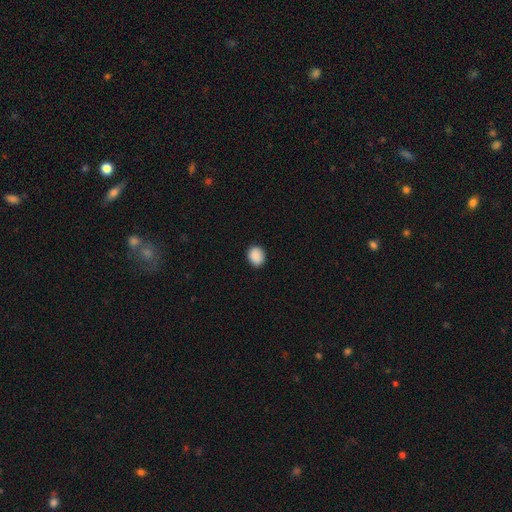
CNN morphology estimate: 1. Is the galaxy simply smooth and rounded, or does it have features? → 90% smooth, 8% star or artifact, 2% featured or disk.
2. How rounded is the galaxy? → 50% round, 49% in between, 1% cigar-shaped.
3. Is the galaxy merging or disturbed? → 89% none, 8% minor disturbance, 2% major disturbance, 1% merger.